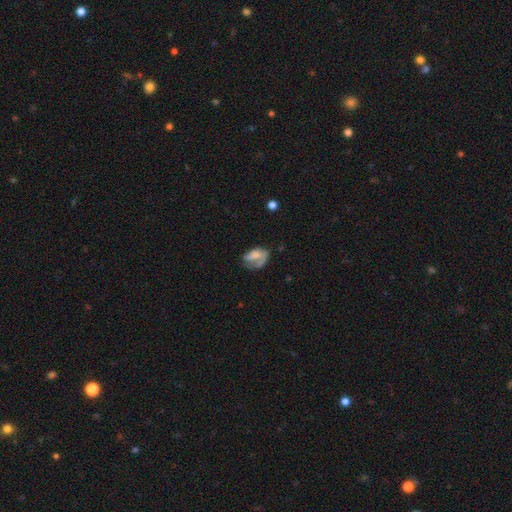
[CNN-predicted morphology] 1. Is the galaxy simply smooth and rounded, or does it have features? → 47% smooth, 44% featured or disk, 9% star or artifact.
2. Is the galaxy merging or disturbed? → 39% major disturbance, 31% none, 24% minor disturbance, 5% merger.